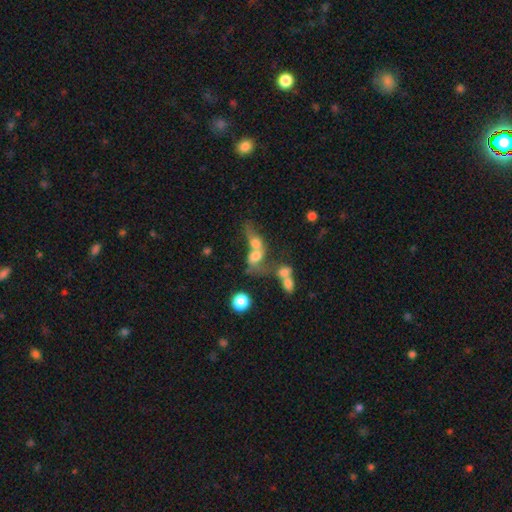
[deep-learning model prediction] smooth_or_featured: smooth (p=0.56) [alt: featured or disk p=0.29]
how_rounded: in between (p=0.59) [alt: round p=0.35]
merging: merger (p=0.73) [alt: none p=0.11]